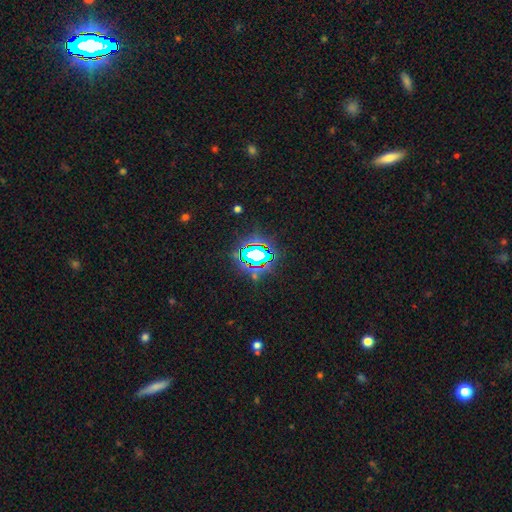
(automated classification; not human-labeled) smooth_or_featured: star or artifact (p=0.70) [alt: smooth p=0.17]